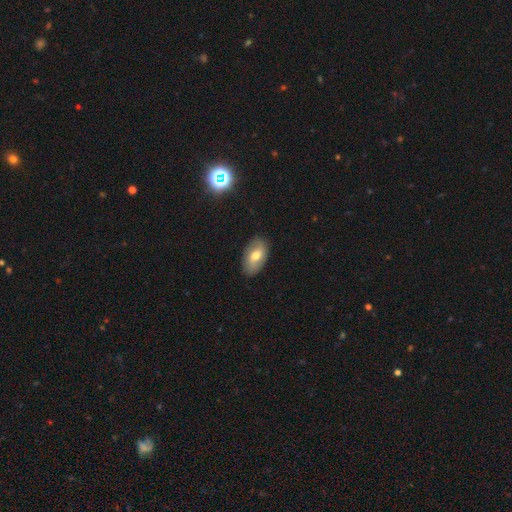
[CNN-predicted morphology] Smooth or featured? Predicted: smooth (p=0.58). How rounded? Predicted: in between (p=0.93). Merging? Predicted: none (p=0.84).